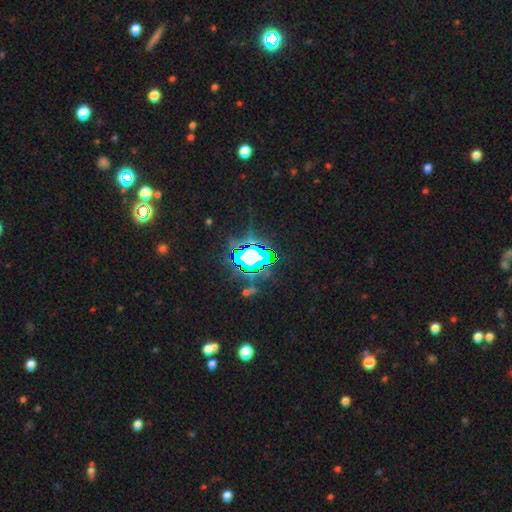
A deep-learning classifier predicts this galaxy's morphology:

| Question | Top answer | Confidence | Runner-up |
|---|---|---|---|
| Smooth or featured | star or artifact | 72% | smooth (15%) |